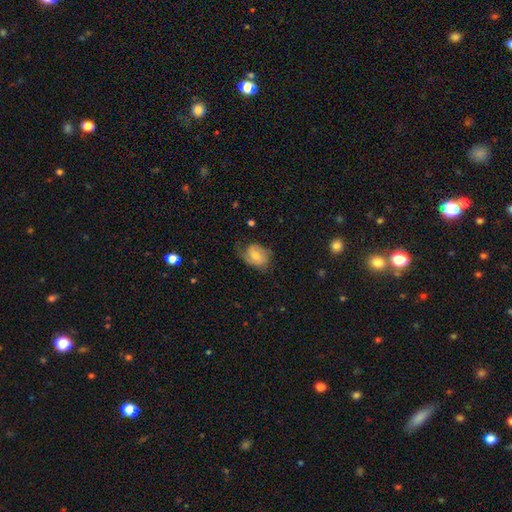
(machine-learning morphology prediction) This is possibly a featured or disk galaxy (57%). It is clearly not viewed edge-on (96%). Bar: possibly no (50%). Spiral arm pattern: clearly yes (84%). Central bulge: likely moderate (61%). Merging: possibly none (56%).